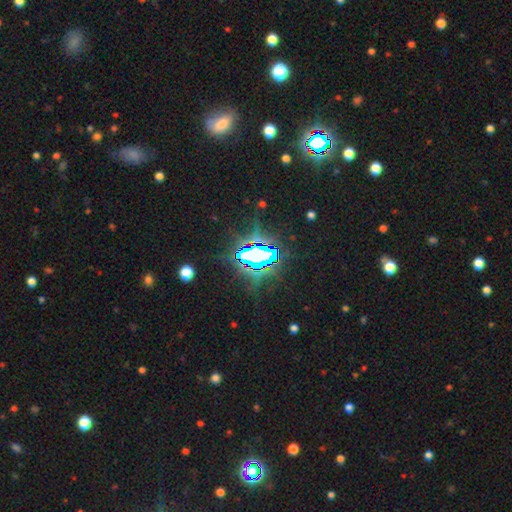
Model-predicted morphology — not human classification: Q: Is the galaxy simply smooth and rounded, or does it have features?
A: star or artifact — 79%.